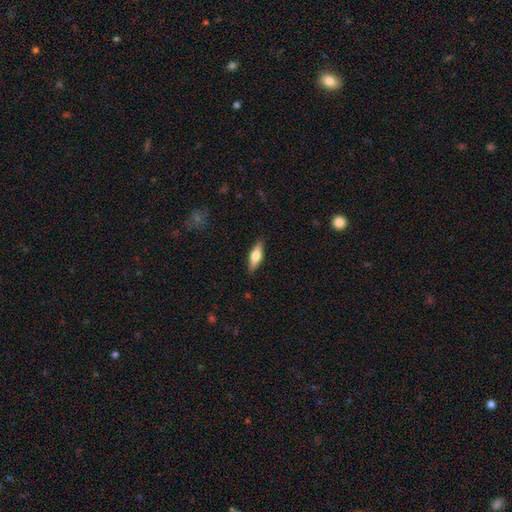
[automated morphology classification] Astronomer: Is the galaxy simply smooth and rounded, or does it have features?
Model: smooth — 56% (runner-up: featured or disk, 38%).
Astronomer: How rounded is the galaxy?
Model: in between — 55% (runner-up: cigar-shaped, 43%).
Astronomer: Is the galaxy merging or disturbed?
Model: none — 88%.